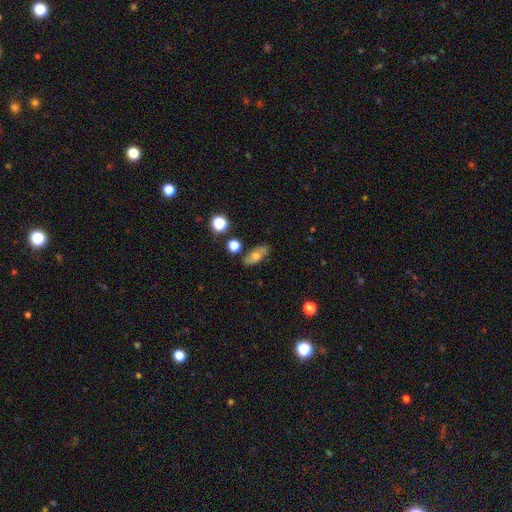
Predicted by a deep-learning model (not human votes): smooth-or-featured: smooth: 59% | featured or disk: 30% | star or artifact: 11%
  how-rounded: in between: 74% | cigar-shaped: 15% | round: 10%
  merging: none: 77% | minor disturbance: 14% | merger: 4% | major disturbance: 4%